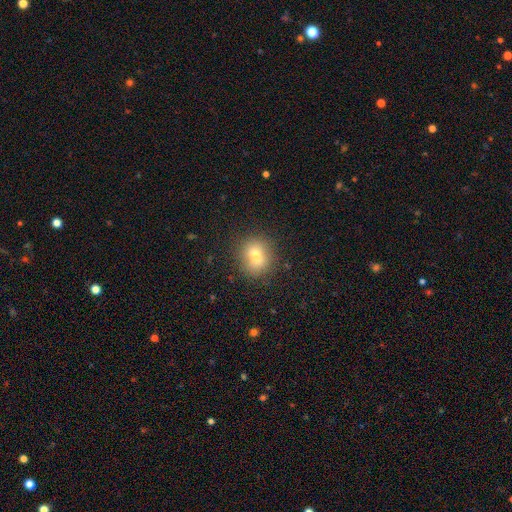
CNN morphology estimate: Smooth or featured: smooth — 74% (featured or disk — 14%)
How rounded: round — 69% (in between — 30%)
Merging: none — 79% (minor disturbance — 12%)